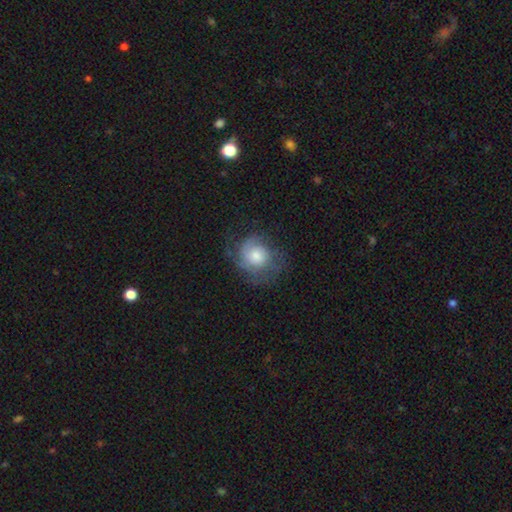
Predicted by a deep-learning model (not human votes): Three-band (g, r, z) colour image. It shows a smooth galaxy with no disk features (47%). Merging: none (59%).